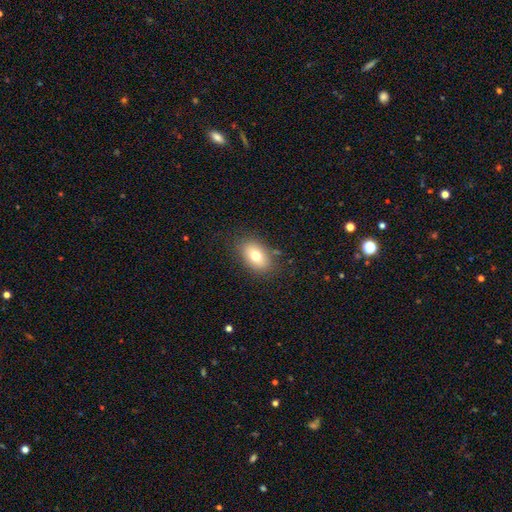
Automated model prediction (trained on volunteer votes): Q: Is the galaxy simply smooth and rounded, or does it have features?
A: smooth — 75%.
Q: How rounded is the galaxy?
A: in between — 84%.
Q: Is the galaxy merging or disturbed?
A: none — 83%.